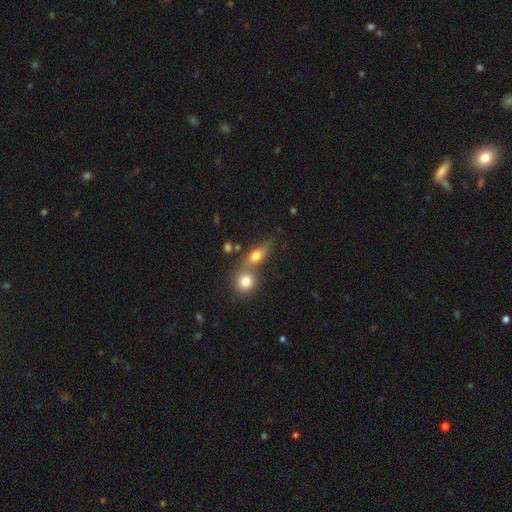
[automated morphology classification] This is likely a smooth galaxy (62%). How rounded: possibly in between (52%). Merging: possibly merger (49%).